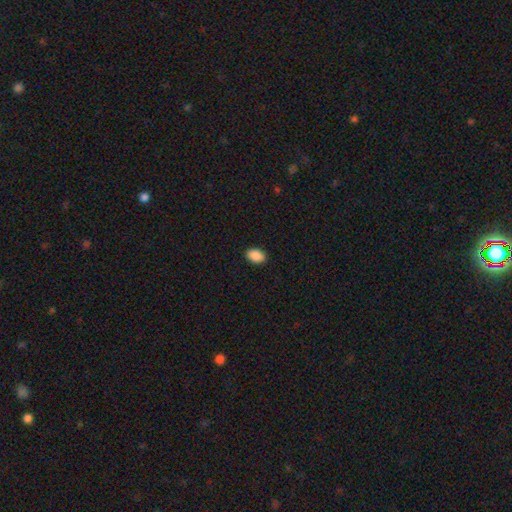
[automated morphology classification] Smooth or featured? Predicted: smooth (p=0.90). How rounded? Predicted: in between (p=0.89). Merging? Predicted: none (p=0.91).